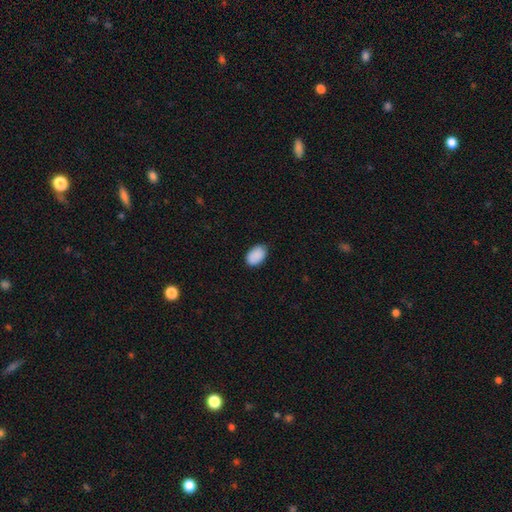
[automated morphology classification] Smooth or featured: smooth — 90% (star or artifact — 7%)
How rounded: in between — 89% (round — 10%)
Merging: none — 84% (minor disturbance — 12%)